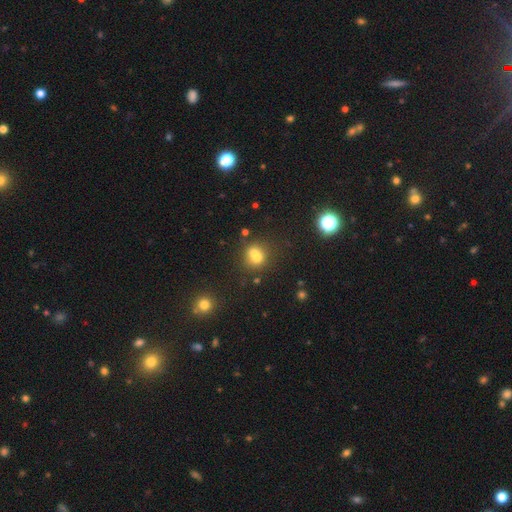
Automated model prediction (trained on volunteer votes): Smooth or featured?
  - smooth: 64% *
  - featured or disk: 20%
  - star or artifact: 16%
How rounded?
  - round: 72% *
  - in between: 26%
  - cigar-shaped: 1%
Merging?
  - merger: 55% *
  - none: 34%
  - minor disturbance: 8%
  - major disturbance: 4%